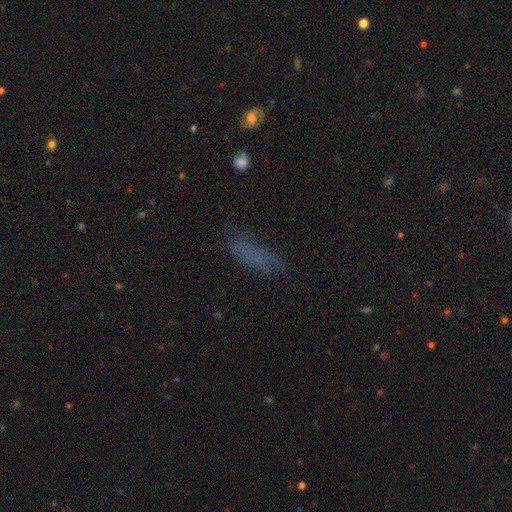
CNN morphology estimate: smooth_or_featured: smooth (p=0.65) [alt: star or artifact p=0.19]
how_rounded: cigar-shaped (p=0.49) [alt: in between p=0.48]
merging: none (p=0.69) [alt: minor disturbance p=0.19]